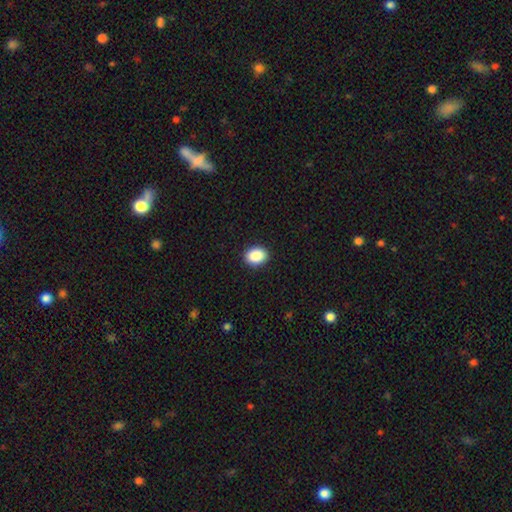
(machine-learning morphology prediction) Smooth or featured?
  - smooth: 89% *
  - star or artifact: 8%
  - featured or disk: 3%
How rounded?
  - in between: 60% *
  - round: 39%
  - cigar-shaped: 1%
Merging?
  - none: 91% *
  - minor disturbance: 6%
  - major disturbance: 2%
  - merger: 1%